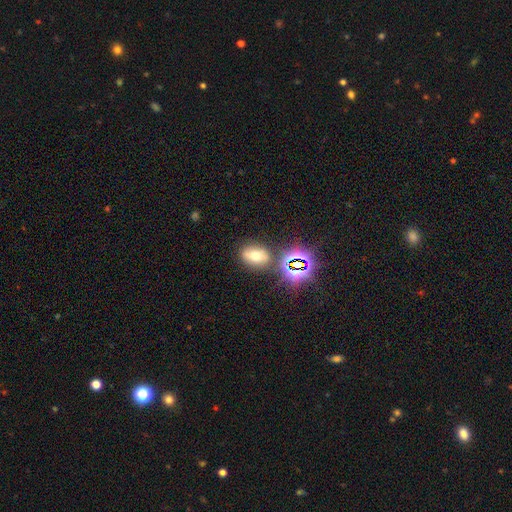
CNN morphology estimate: smooth 52%, star or artifact 30%, featured or disk 18%. Down the decision tree: how rounded — in between (67%); merging — none (75%).